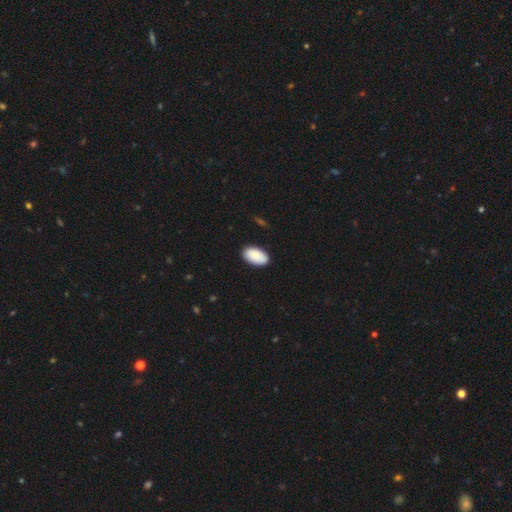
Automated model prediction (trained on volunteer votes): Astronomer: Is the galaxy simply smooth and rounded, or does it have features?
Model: smooth — 90%.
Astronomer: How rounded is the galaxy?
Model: in between — 96%.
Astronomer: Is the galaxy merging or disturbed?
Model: none — 89%.